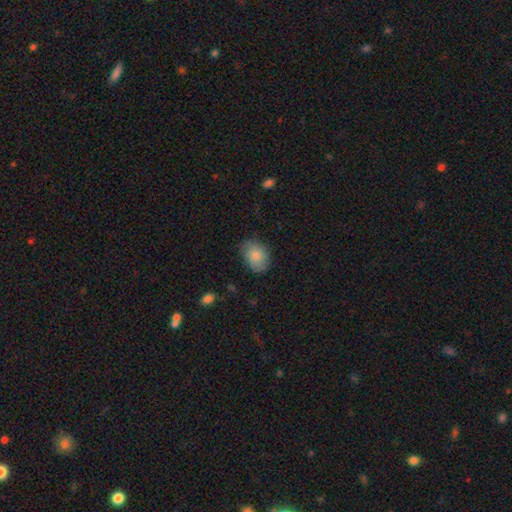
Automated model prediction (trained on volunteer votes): Smooth or featured?
  - smooth: 82% *
  - featured or disk: 11%
  - star or artifact: 7%
How rounded?
  - in between: 74% *
  - round: 25%
  - cigar-shaped: 1%
Merging?
  - none: 74% *
  - minor disturbance: 20%
  - major disturbance: 4%
  - merger: 1%